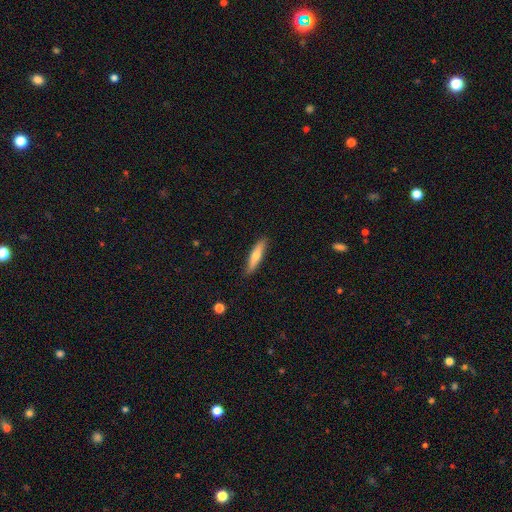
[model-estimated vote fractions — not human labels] Q: Smooth or featured?
A: smooth (59%); runner-up: featured or disk (35%)
Q: How rounded?
A: cigar-shaped (84%); runner-up: in between (15%)
Q: Merging?
A: none (88%); runner-up: minor disturbance (10%)